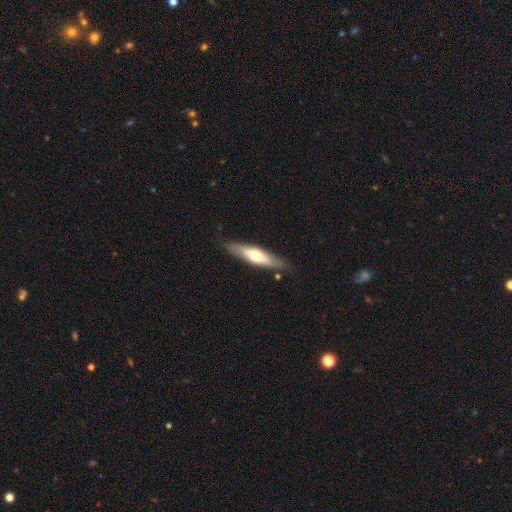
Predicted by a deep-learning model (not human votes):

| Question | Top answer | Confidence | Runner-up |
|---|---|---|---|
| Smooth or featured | smooth | 52% | featured or disk (42%) |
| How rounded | cigar-shaped | 67% | in between (31%) |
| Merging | none | 83% | minor disturbance (13%) |